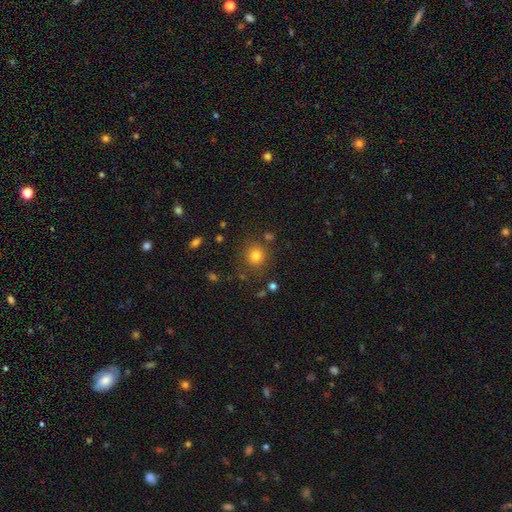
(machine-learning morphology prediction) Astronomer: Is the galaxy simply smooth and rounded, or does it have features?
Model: smooth — 79%.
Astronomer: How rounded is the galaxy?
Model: round — 90%.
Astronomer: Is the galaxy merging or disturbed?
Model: none — 82%.